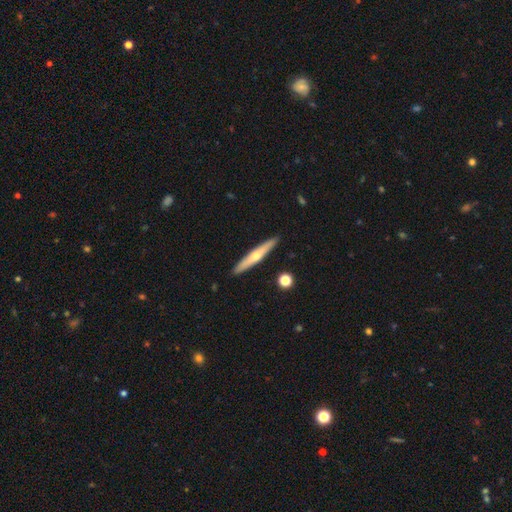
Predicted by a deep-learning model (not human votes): Smooth or featured?
  - featured or disk: 54% *
  - smooth: 40%
  - star or artifact: 5%
Edge-on disk?
  - yes: 94% *
  - no: 6%
Edge-on bulge?
  - rounded: 84% *
  - none: 14%
  - boxy: 2%
Merging?
  - none: 91% *
  - minor disturbance: 6%
  - merger: 1%
  - major disturbance: 1%